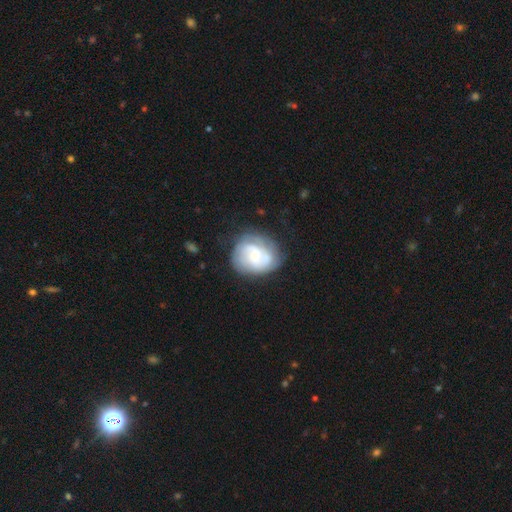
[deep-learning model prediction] This appears to be a featured or disk galaxy (59%) with no bar (63%), spiral arms (74%) and a small central bulge (37%). Merging: none (56%).